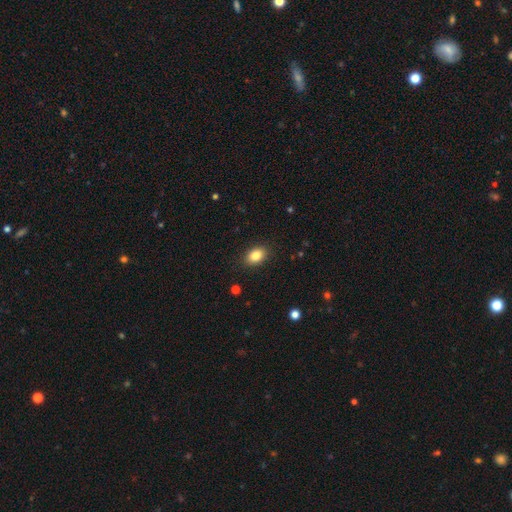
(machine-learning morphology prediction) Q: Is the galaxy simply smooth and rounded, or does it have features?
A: smooth — 85%.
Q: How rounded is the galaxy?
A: in between — 80%.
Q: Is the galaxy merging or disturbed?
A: none — 88%.